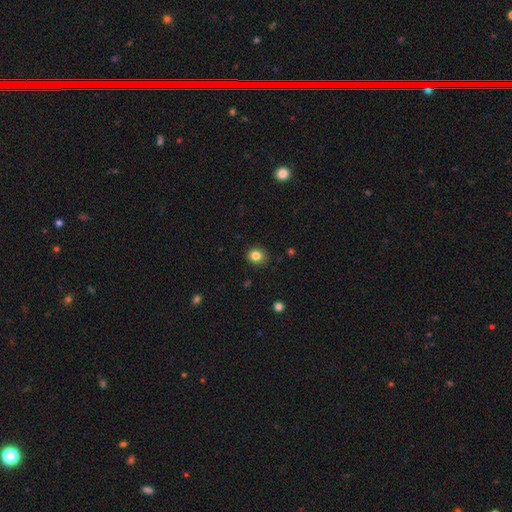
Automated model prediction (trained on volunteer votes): Overall: smooth (83%). How rounded: round (81%). Merging: none (88%).